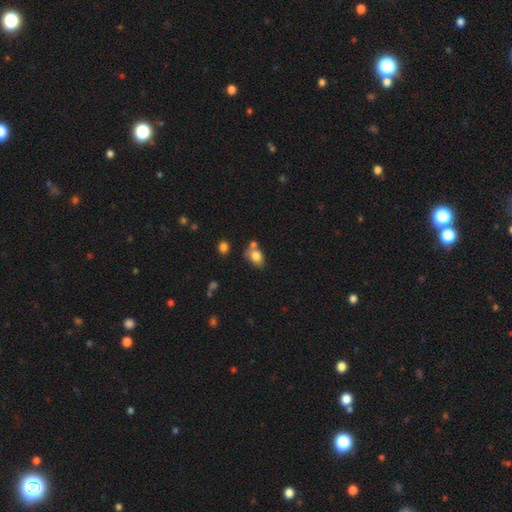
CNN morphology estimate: The model was most divided on "merging": none: 51%, merger: 25%, minor disturbance: 18%, major disturbance: 6%. More confident: smooth or featured — smooth (79%); how rounded — in between (75%).